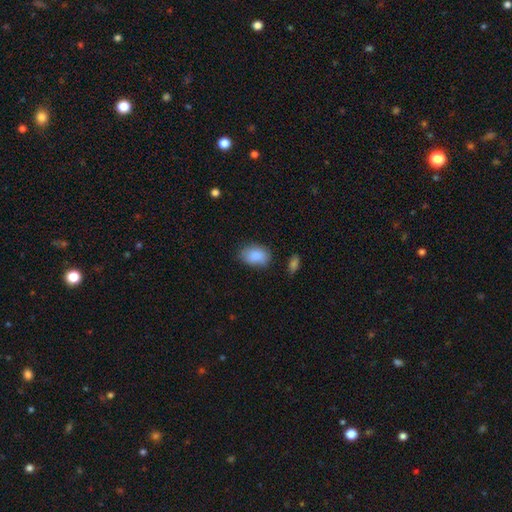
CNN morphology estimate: A smooth galaxy with no disk features (88%) that is in between round and cigar-shaped (83%).

Vote fractions:
- Smooth or featured? smooth: 88% / star or artifact: 7% / featured or disk: 5%
- How rounded? in between: 83% / round: 16% / cigar-shaped: 1%
- Merging? none: 70% / minor disturbance: 22% / major disturbance: 5% / merger: 3%